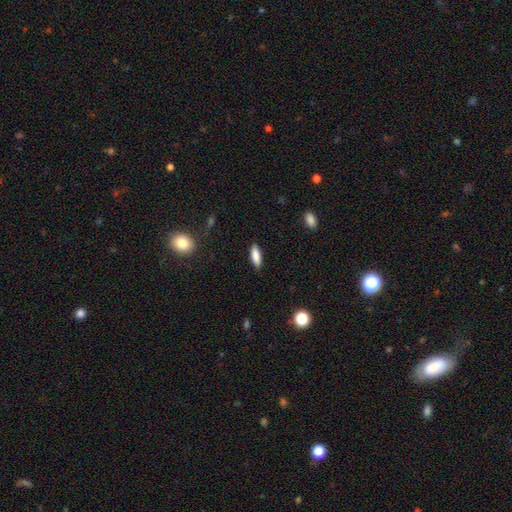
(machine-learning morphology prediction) Smooth or featured? smooth (84%)
How rounded? in between (60%)
Merging? none (87%)